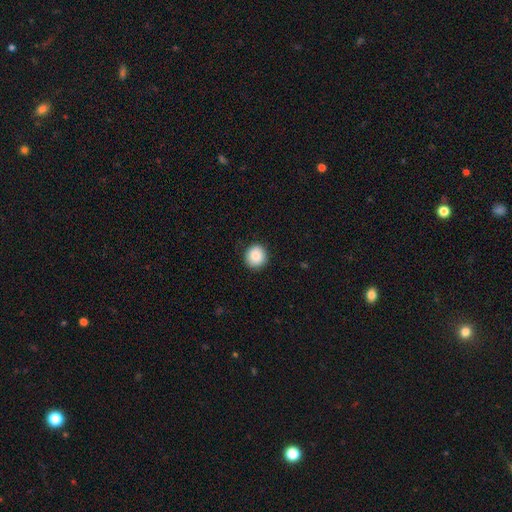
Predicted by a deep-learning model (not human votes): Smooth or featured? smooth (88%)
How rounded? round (90%)
Merging? none (90%)